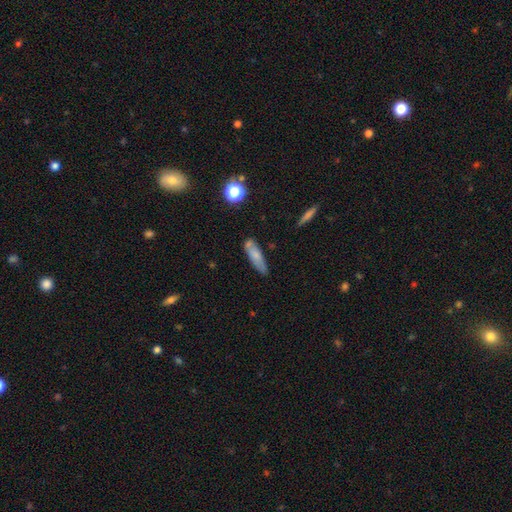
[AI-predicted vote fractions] A smooth galaxy with no disk features (70%) that is cigar-shaped (63%). Merging: none (64%).